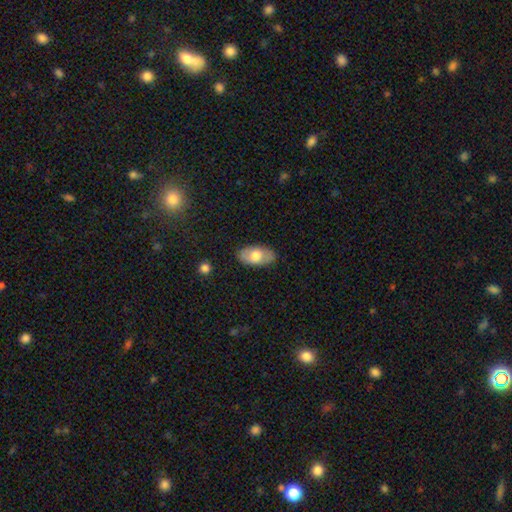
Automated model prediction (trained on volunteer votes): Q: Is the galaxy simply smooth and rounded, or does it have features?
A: smooth — 67%.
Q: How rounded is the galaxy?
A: in between — 93%.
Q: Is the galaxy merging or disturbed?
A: none — 85%.